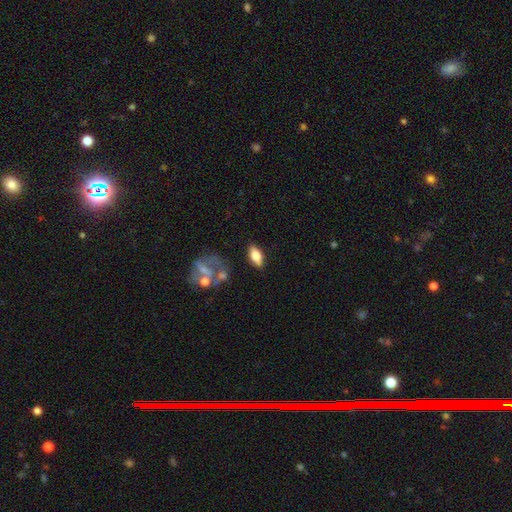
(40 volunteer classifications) Smooth or featured?
  - smooth: 55% *
  - featured or disk: 40%
  - star or artifact: 5%
How rounded?
  - in between: 100% *
  - round: 0%
  - cigar-shaped: 0%
Merging?
  - none: 84% *
  - minor disturbance: 8%
  - major disturbance: 5%
  - merger: 3%